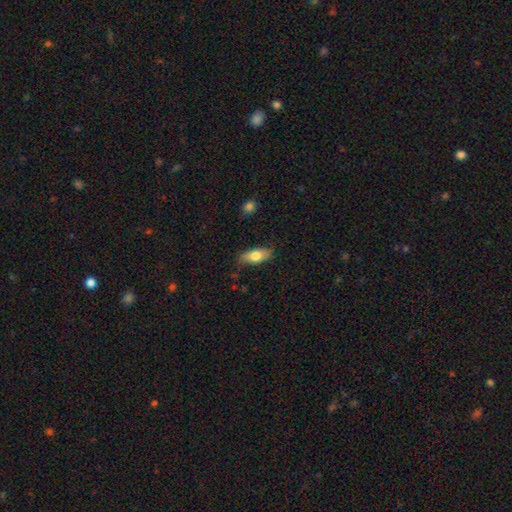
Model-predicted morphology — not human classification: This is likely a smooth galaxy (75%). How rounded: clearly in between (81%). Merging: likely none (79%).